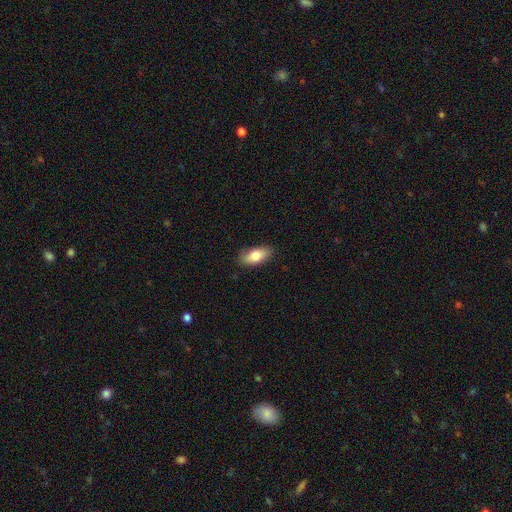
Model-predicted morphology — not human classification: smooth 79%, featured or disk 15%, star or artifact 7%. Down the decision tree: how rounded — in between (88%); merging — none (84%).